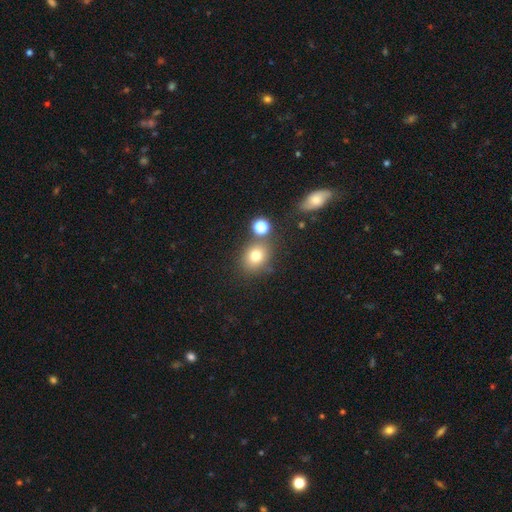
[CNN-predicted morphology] A smooth galaxy with no disk features (76%) that is round (67%). Merging: none (70%).